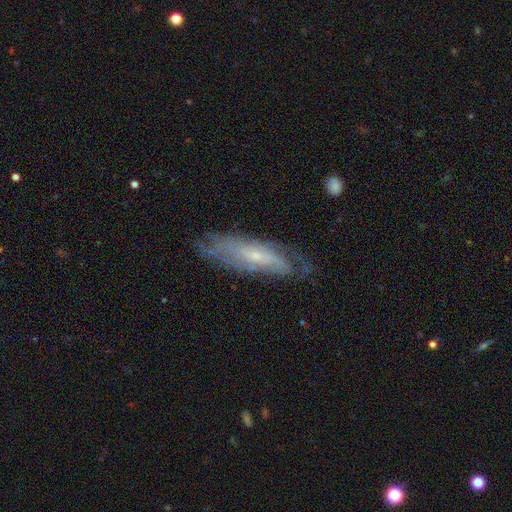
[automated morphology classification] featured or disk 70%, smooth 23%, star or artifact 7%. Down the decision tree: edge-on disk — no (72%); bar — no (60%); spiral arms — yes (85%); bulge size — small (71%); merging — none (68%).